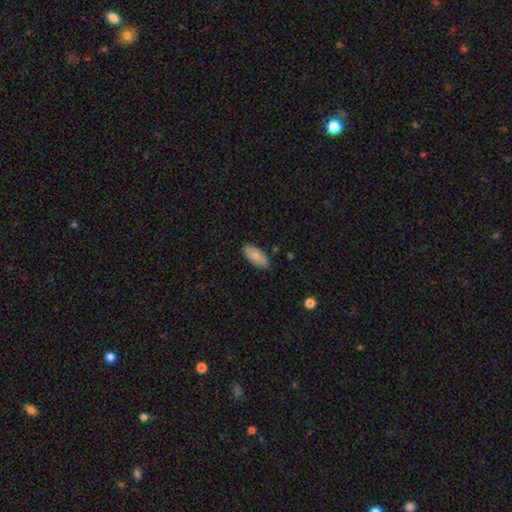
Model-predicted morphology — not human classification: Smooth or featured? smooth (83%)
How rounded? in between (88%)
Merging? none (85%)